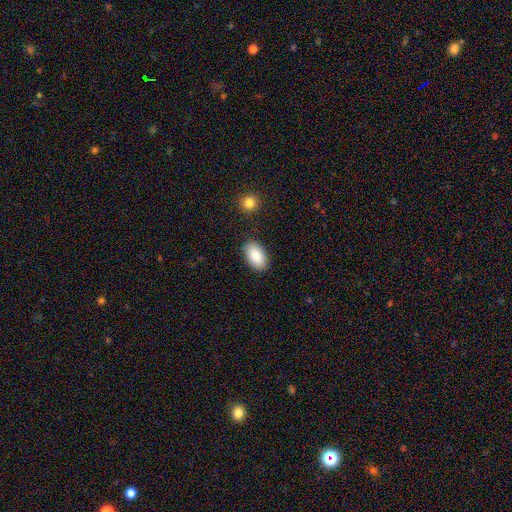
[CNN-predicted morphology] Smooth or featured: smooth — 87% (featured or disk — 7%)
How rounded: in between — 94% (round — 4%)
Merging: none — 86% (minor disturbance — 9%)